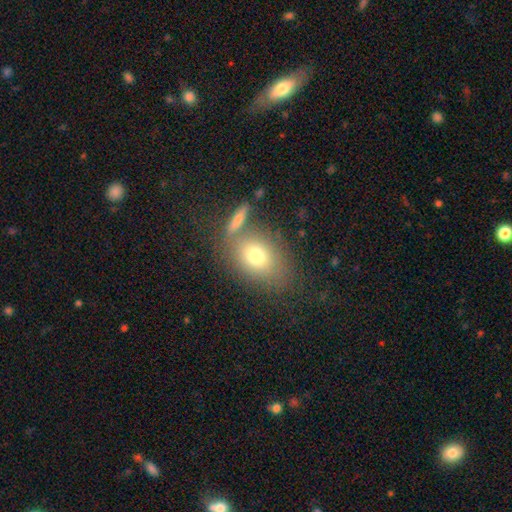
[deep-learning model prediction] This appears to be a smooth galaxy with no disk features (74%) that is in between round and cigar-shaped (65%). Merging: none (62%).